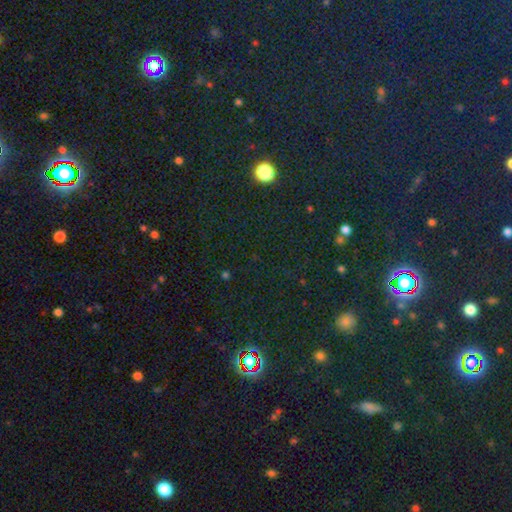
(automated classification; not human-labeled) Q: Smooth or featured?
A: star or artifact (75%); runner-up: smooth (18%)